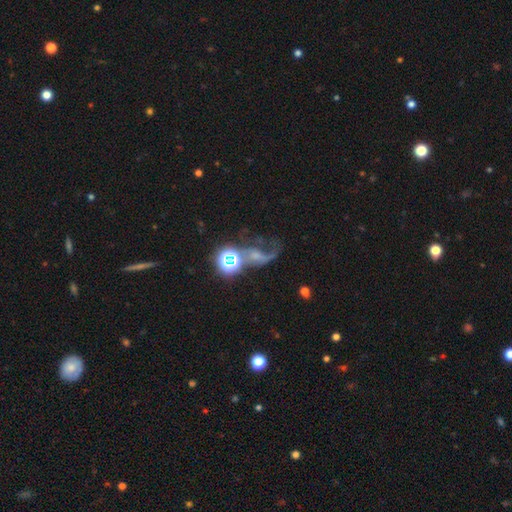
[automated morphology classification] Smooth or featured: featured or disk — 47% (star or artifact — 30%)
Merging: major disturbance — 38% (none — 30%)